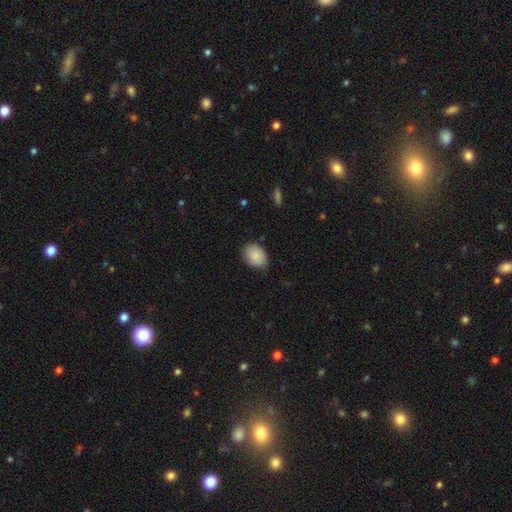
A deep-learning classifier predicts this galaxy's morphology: smooth_or_featured: smooth (p=0.86) [alt: featured or disk p=0.07]
how_rounded: in between (p=0.78) [alt: round p=0.21]
merging: none (p=0.76) [alt: minor disturbance p=0.20]